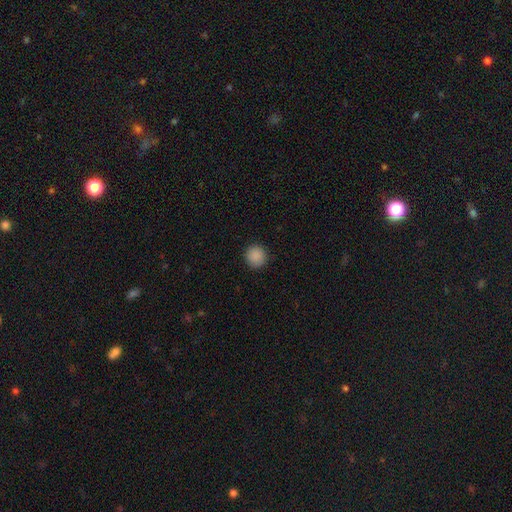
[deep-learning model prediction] The model was most divided on "smooth or featured": smooth: 88%, star or artifact: 9%, featured or disk: 3%. More confident: how rounded — round (94%); merging — none (92%).